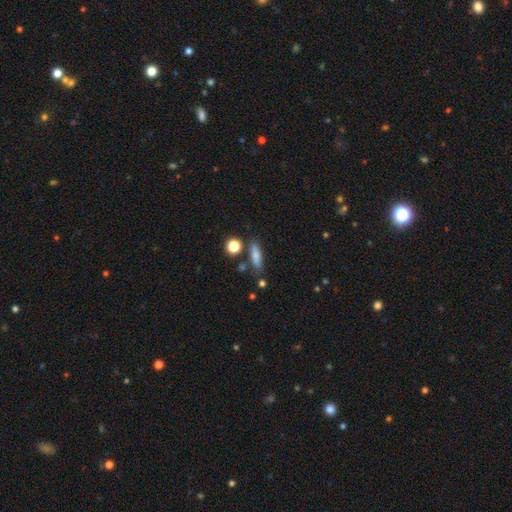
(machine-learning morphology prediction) smooth 76%, featured or disk 14%, star or artifact 10%. Down the decision tree: how rounded — cigar-shaped (55%); merging — none (75%).